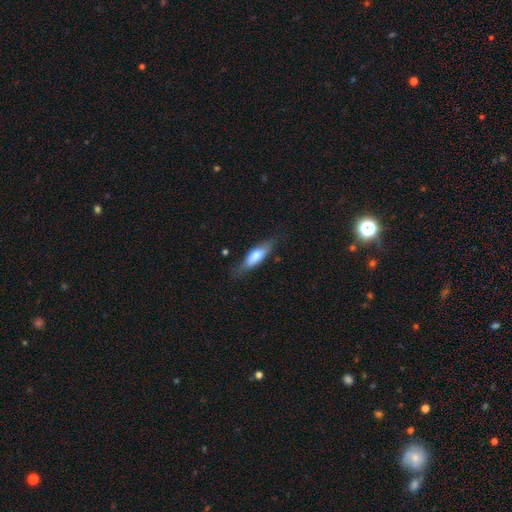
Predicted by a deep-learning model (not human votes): Smooth or featured? smooth (68%)
How rounded? in between (49%, tied with cigar-shaped)
Merging? none (72%)